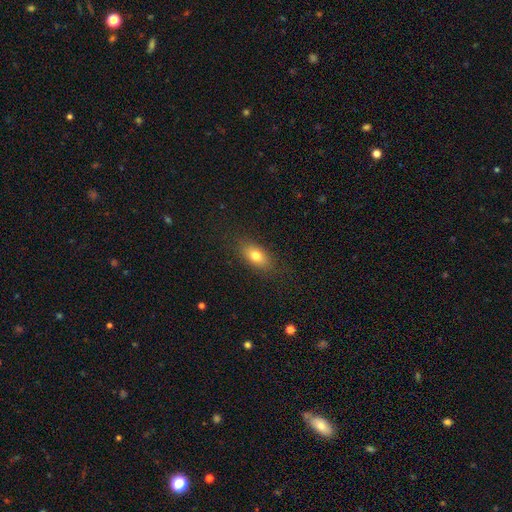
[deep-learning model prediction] This is likely a smooth galaxy (77%). How rounded: clearly in between (85%). Merging: clearly none (85%).